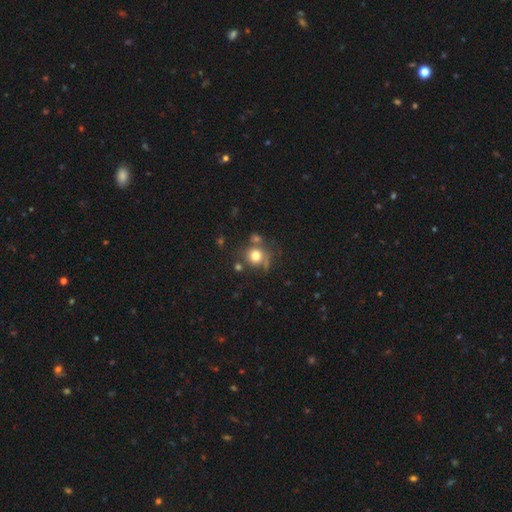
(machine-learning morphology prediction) Smooth or featured: smooth — 76% (star or artifact — 12%)
How rounded: round — 87% (in between — 12%)
Merging: none — 63% (merger — 15%)